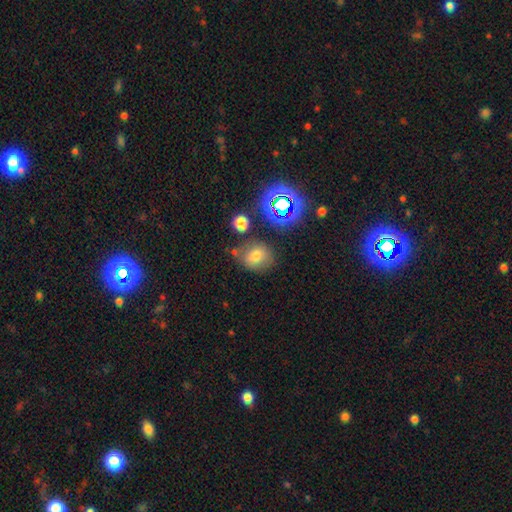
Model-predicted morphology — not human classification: Overall: smooth (68%). How rounded: round (63%; in between 36%). Merging: none (66%).